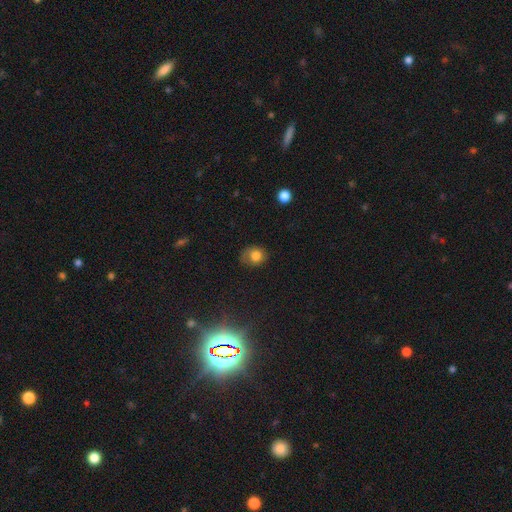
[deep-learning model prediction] Smooth or featured: smooth — 75% (featured or disk — 15%)
How rounded: round — 61% (in between — 38%)
Merging: none — 60% (minor disturbance — 27%)